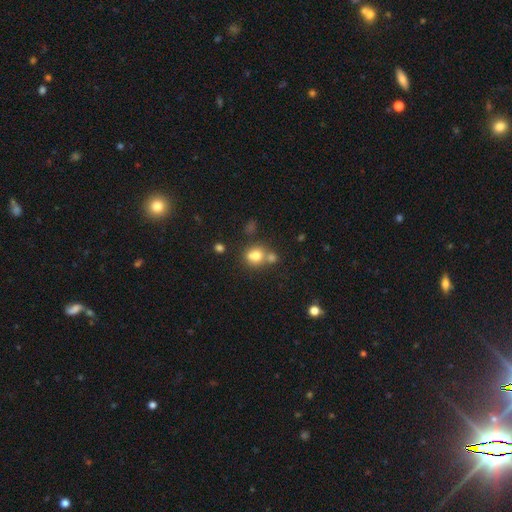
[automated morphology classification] Smooth or featured?
  - smooth: 75% *
  - featured or disk: 13%
  - star or artifact: 12%
How rounded?
  - round: 68% *
  - in between: 31%
  - cigar-shaped: 1%
Merging?
  - none: 46% *
  - merger: 38%
  - minor disturbance: 11%
  - major disturbance: 5%